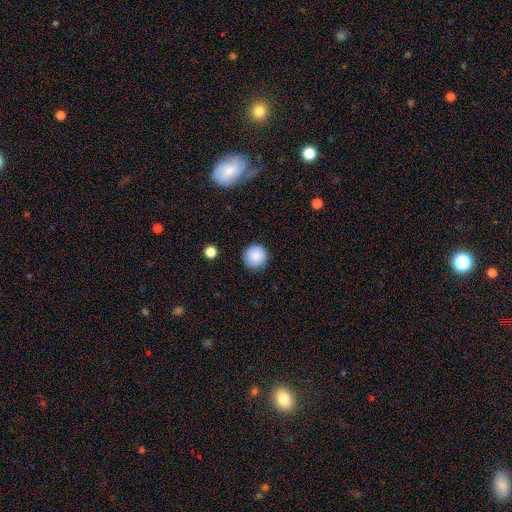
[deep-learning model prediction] smooth_or_featured: smooth (p=0.88) [alt: star or artifact p=0.08]
how_rounded: round (p=0.96) [alt: in between p=0.03]
merging: none (p=0.90) [alt: minor disturbance p=0.06]